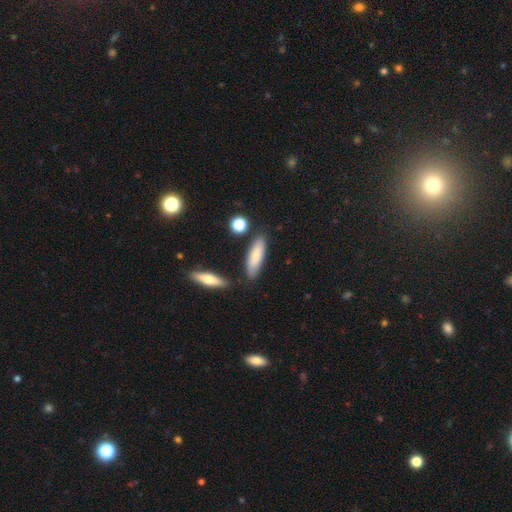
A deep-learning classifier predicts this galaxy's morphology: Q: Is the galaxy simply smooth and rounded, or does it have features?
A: smooth — 79%.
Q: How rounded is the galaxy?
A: cigar-shaped — 53%.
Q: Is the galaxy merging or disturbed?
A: none — 78%.